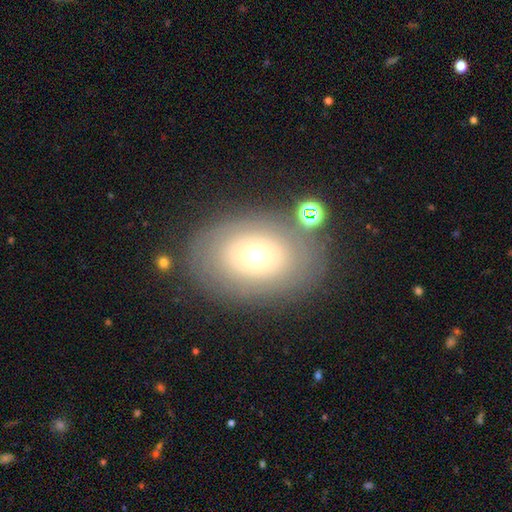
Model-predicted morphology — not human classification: Smooth or featured? Predicted: smooth (p=0.55). How rounded? Predicted: in between (p=0.72). Merging? Predicted: none (p=0.76).